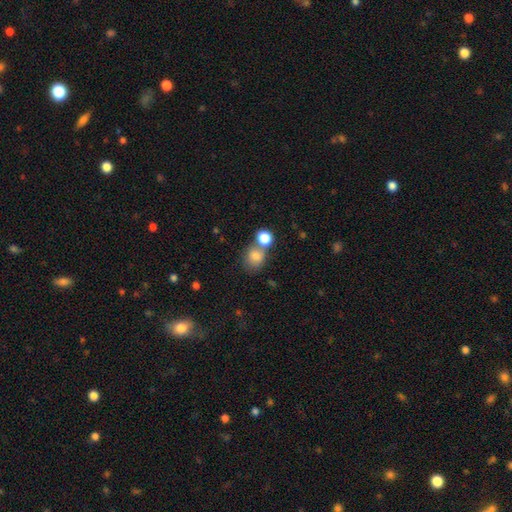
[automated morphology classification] This appears to be a smooth galaxy with no disk features (80%) that is round (71%). Merging: none (45%).